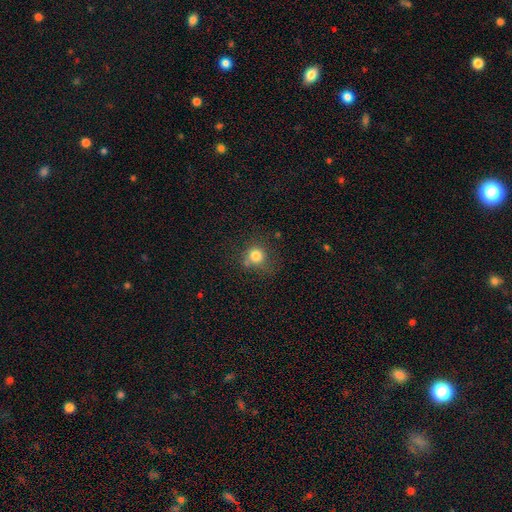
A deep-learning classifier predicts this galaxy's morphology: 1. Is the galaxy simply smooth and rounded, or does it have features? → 81% smooth, 12% star or artifact, 7% featured or disk.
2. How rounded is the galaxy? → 86% round, 13% in between, 1% cigar-shaped.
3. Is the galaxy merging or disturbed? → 62% none, 20% minor disturbance, 10% merger, 8% major disturbance.